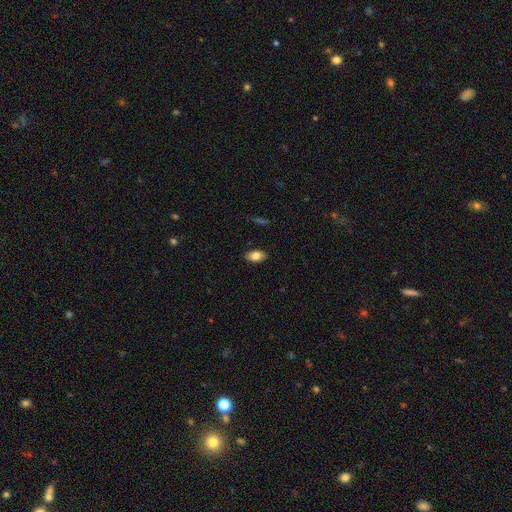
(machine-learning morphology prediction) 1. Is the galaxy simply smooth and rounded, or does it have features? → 83% smooth, 9% featured or disk, 7% star or artifact.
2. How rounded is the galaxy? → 92% in between, 5% round, 3% cigar-shaped.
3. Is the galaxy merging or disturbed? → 88% none, 9% minor disturbance, 2% major disturbance, 1% merger.